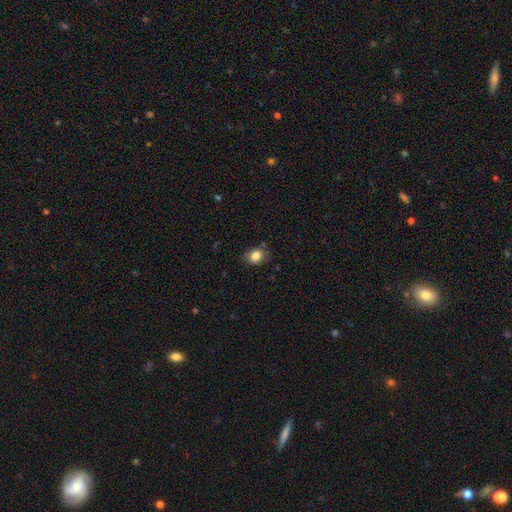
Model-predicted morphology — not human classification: Smooth or featured: smooth — 83% (star or artifact — 9%)
How rounded: round — 52% (in between — 47%)
Merging: none — 74% (minor disturbance — 19%)